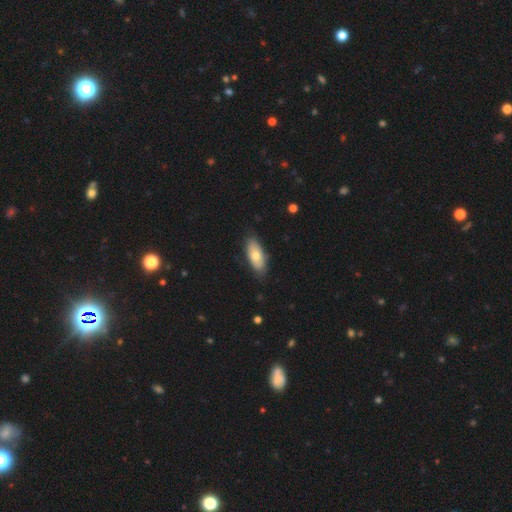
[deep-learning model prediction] This appears to be a smooth galaxy with no disk features (68%) that is in between round and cigar-shaped (85%). Merging: none (81%).